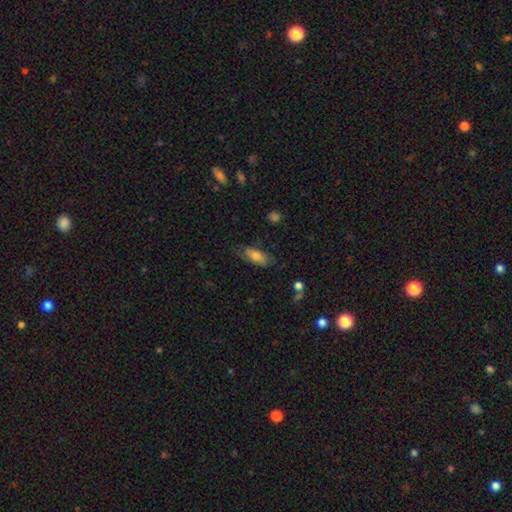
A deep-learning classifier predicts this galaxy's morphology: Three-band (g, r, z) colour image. It shows a smooth galaxy with no disk features (71%) that is in between round and cigar-shaped (80%). Merging: none (67%).